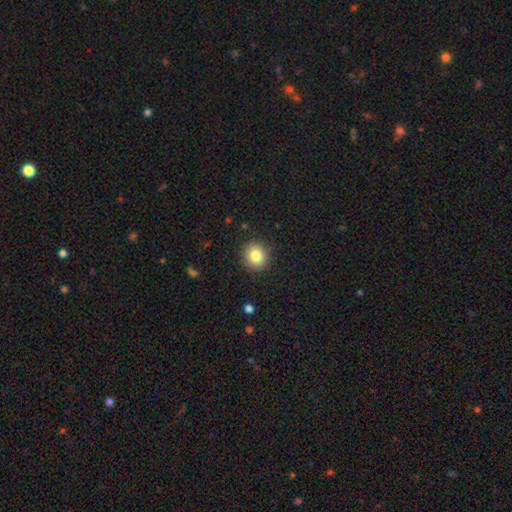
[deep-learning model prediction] The model was most divided on "smooth or featured": smooth: 83%, star or artifact: 10%, featured or disk: 7%. More confident: merging — none (90%); how rounded — round (88%).